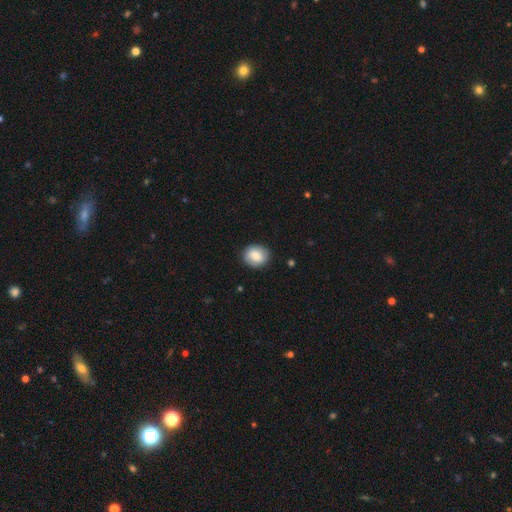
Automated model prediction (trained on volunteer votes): A smooth galaxy with no disk features (73%) that is round (66%).

Vote fractions:
- Smooth or featured? smooth: 73% / featured or disk: 20% / star or artifact: 7%
- How rounded? round: 66% / in between: 33% / cigar-shaped: 1%
- Merging? none: 86% / minor disturbance: 10% / major disturbance: 3% / merger: 1%